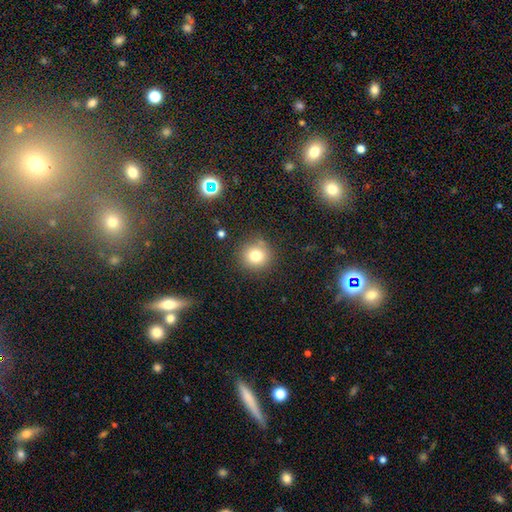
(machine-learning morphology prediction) A smooth galaxy with no disk features (77%) that is round (92%). Merging: none (84%).